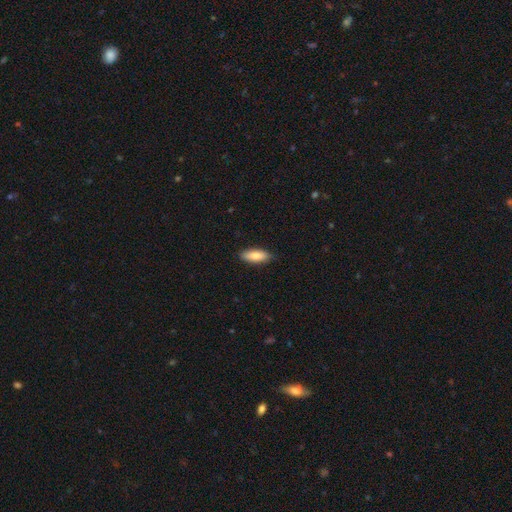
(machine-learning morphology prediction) The model was most divided on "how rounded": in between: 68%, cigar-shaped: 30%, round: 2%. More confident: merging — none (88%); smooth or featured — smooth (82%).